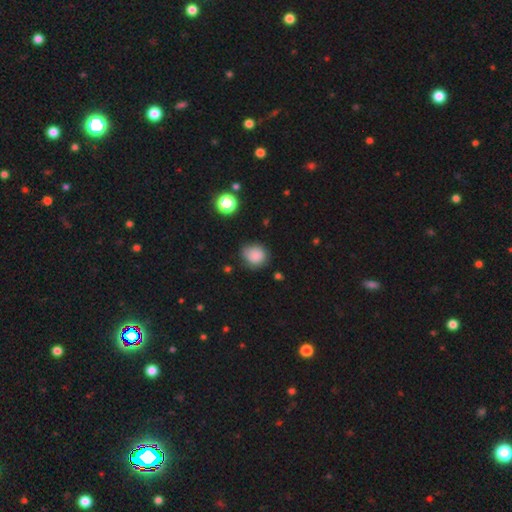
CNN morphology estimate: Q: Smooth or featured?
A: smooth (83%); runner-up: star or artifact (10%)
Q: How rounded?
A: round (75%); runner-up: in between (24%)
Q: Merging?
A: none (66%); runner-up: minor disturbance (26%)